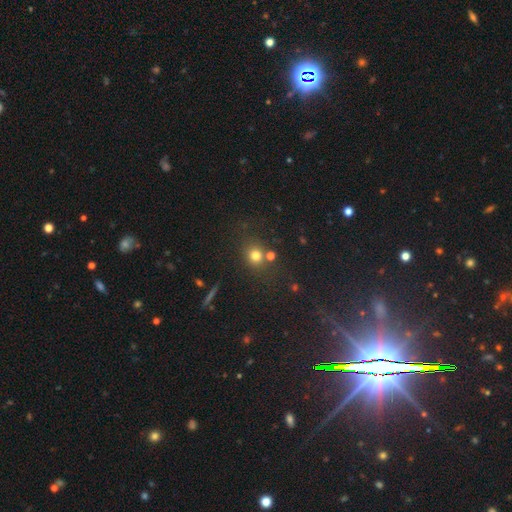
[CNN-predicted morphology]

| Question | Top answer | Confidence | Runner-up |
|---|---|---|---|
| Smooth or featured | smooth | 75% | star or artifact (16%) |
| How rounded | round | 80% | in between (19%) |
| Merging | none | 70% | merger (15%) |